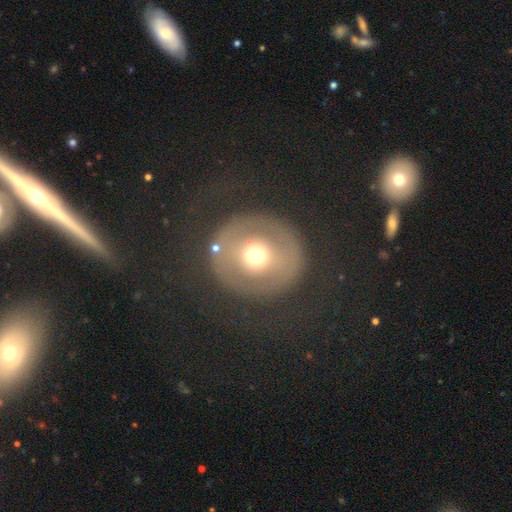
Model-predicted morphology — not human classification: Smooth or featured: smooth — 46% (featured or disk — 43%)
Merging: none — 70% (major disturbance — 15%)